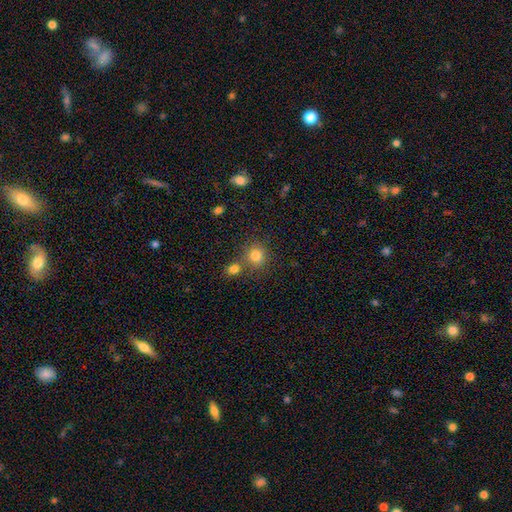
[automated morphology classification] Smooth or featured? smooth (80%)
How rounded? round (85%)
Merging? none (65%)